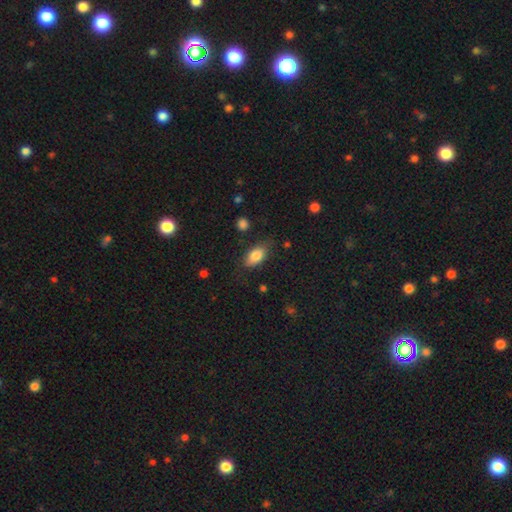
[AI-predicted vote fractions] smooth 82%, featured or disk 11%, star or artifact 7%. Down the decision tree: how rounded — in between (89%); merging — none (75%).